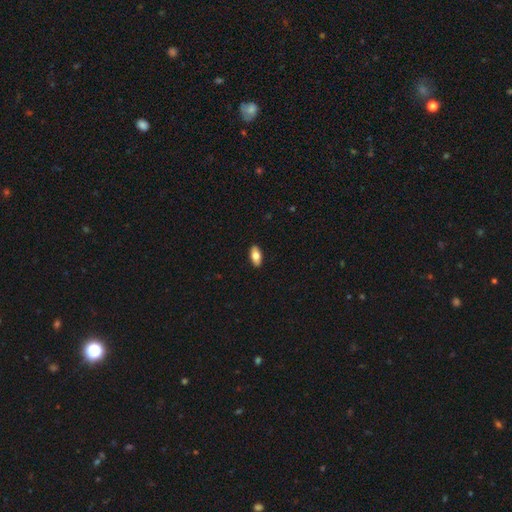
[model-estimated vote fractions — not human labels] Overall: smooth (78%). How rounded: in between (90%). Merging: none (91%).